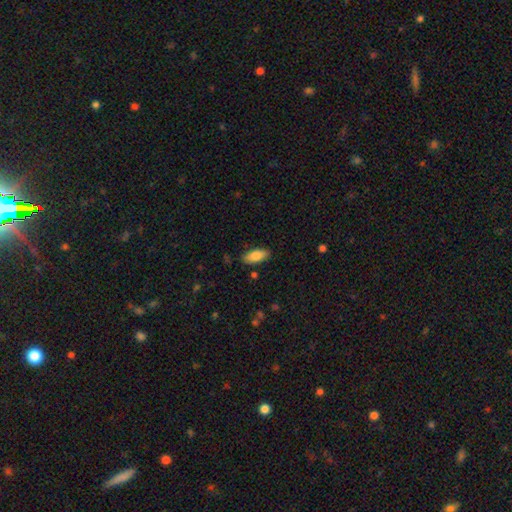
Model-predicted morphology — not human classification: The model was most divided on "merging": none: 85%, minor disturbance: 11%, major disturbance: 2%, merger: 2%. More confident: how rounded — in between (87%); smooth or featured — smooth (85%).